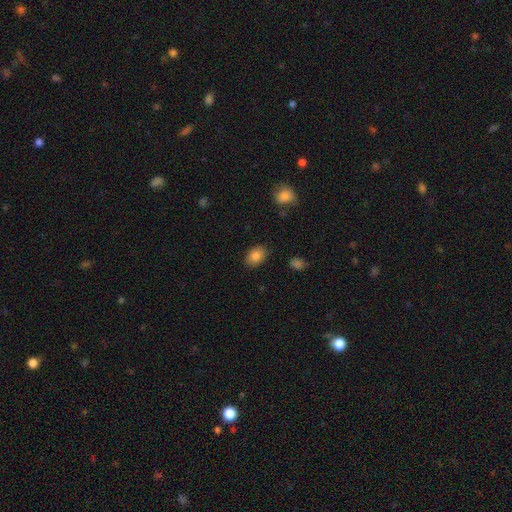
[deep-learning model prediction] smooth 85%, star or artifact 8%, featured or disk 7%. Down the decision tree: how rounded — in between (79%); merging — none (86%).